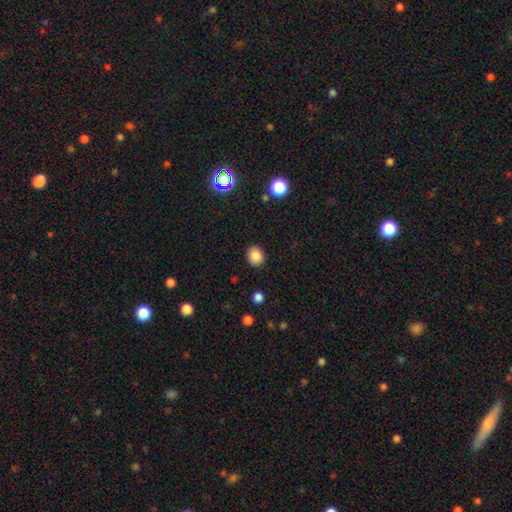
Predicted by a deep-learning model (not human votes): Smooth or featured? smooth (86%)
How rounded? round (70%)
Merging? none (89%)